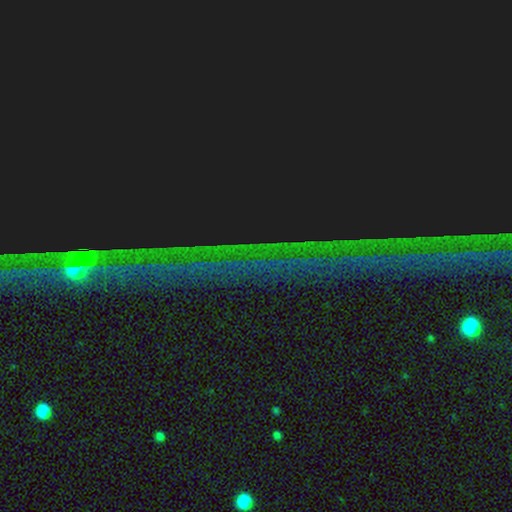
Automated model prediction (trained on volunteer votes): The model was most divided on "smooth or featured": star or artifact: 88%, featured or disk: 6%, smooth: 6%.